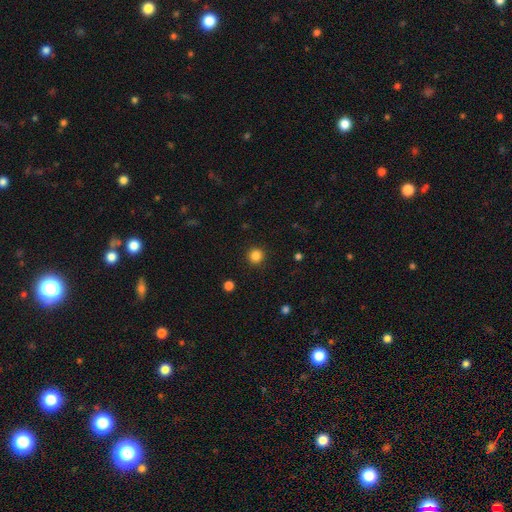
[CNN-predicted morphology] type=smooth (85%); roundness=round (94%); merging=none (92%).